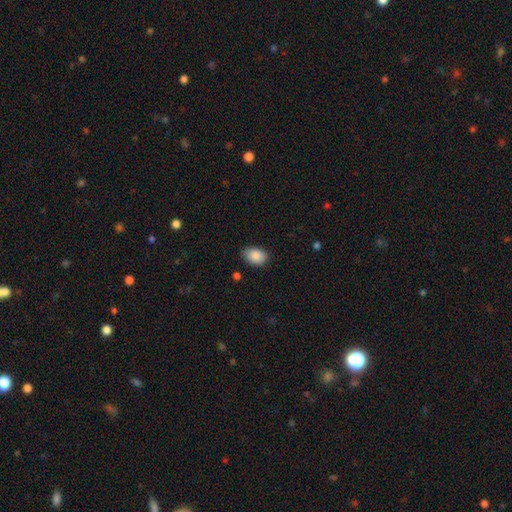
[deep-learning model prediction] smooth 88%, star or artifact 7%, featured or disk 4%. Down the decision tree: how rounded — in between (82%); merging — none (80%).